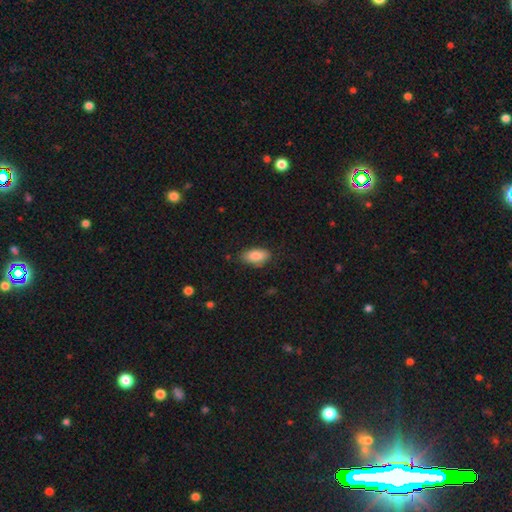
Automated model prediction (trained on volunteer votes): Overall: smooth (85%). How rounded: in between (91%). Merging: none (79%).